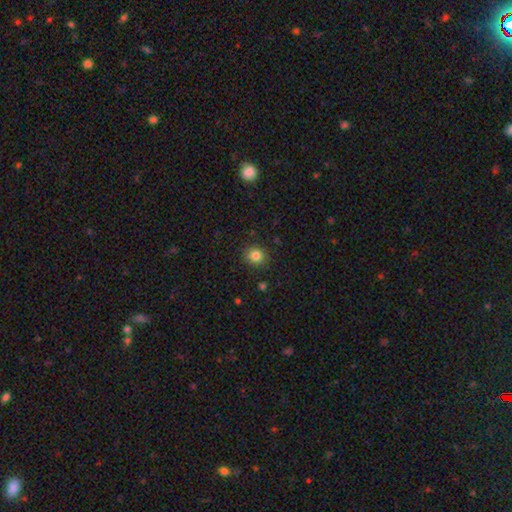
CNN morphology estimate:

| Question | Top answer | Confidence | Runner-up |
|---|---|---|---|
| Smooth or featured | smooth | 83% | star or artifact (12%) |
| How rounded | round | 82% | in between (17%) |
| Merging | none | 89% | minor disturbance (8%) |